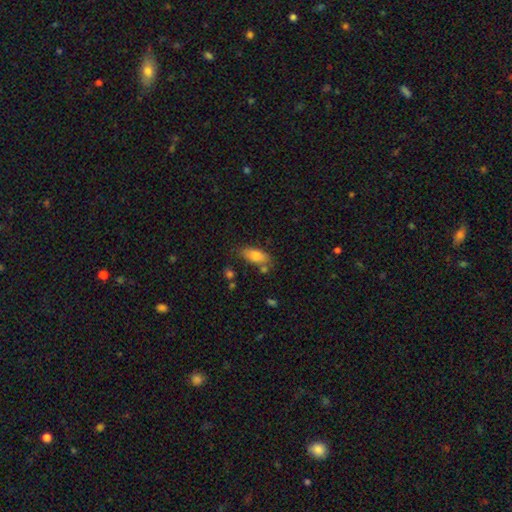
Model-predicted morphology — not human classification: A smooth galaxy with no disk features (80%) that is in between round and cigar-shaped (83%).

Vote fractions:
- Smooth or featured? smooth: 80% / featured or disk: 13% / star or artifact: 7%
- How rounded? in between: 83% / cigar-shaped: 14% / round: 3%
- Merging? none: 66% / minor disturbance: 19% / merger: 10% / major disturbance: 5%